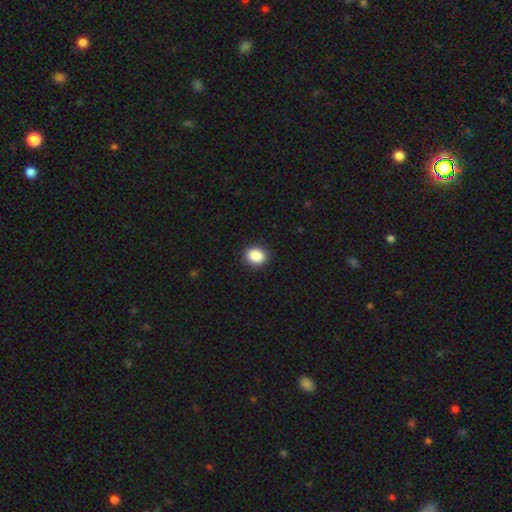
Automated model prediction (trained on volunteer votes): Smooth or featured? smooth (89%)
How rounded? round (55%)
Merging? none (89%)